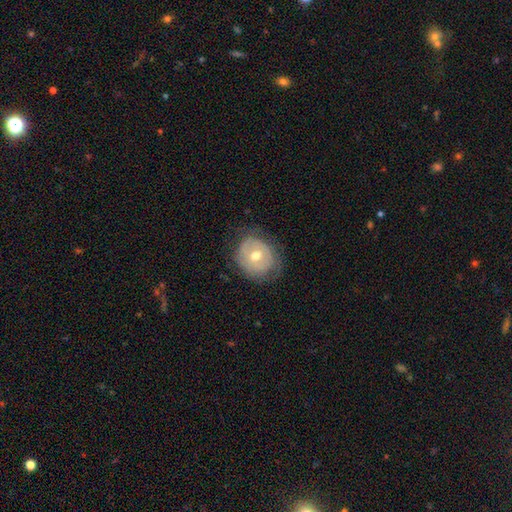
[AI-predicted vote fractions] smooth_or_featured: featured or disk (p=0.46) [tied with: smooth p=0.46]
merging: none (p=0.65) [alt: minor disturbance p=0.23]